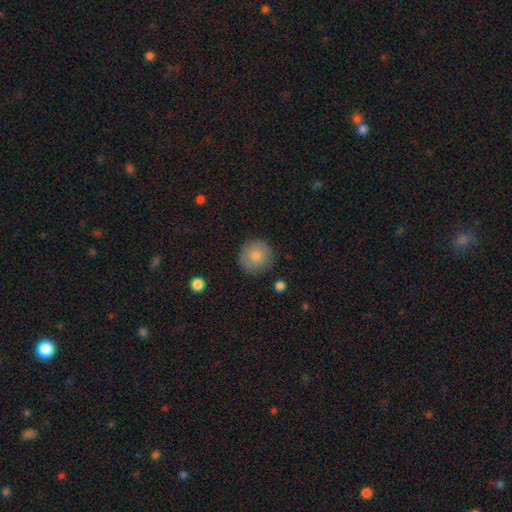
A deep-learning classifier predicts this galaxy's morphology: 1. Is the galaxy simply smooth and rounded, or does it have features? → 81% smooth, 12% featured or disk, 7% star or artifact.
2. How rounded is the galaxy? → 94% round, 5% in between, 1% cigar-shaped.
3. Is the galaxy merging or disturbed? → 85% none, 11% minor disturbance, 3% major disturbance, 1% merger.